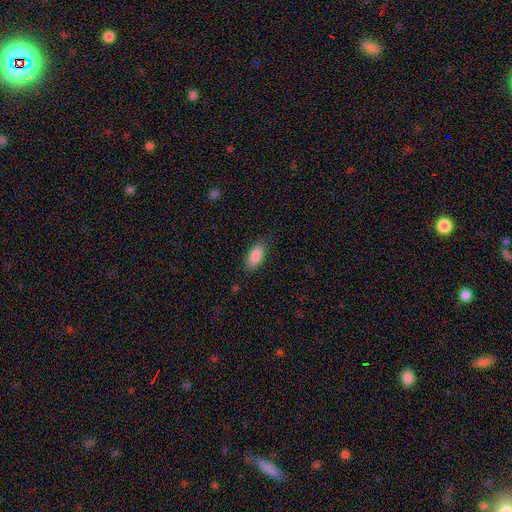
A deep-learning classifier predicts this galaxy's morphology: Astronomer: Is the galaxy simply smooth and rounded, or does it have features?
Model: smooth — 89%.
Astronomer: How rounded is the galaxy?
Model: in between — 89%.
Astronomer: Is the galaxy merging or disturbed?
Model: none — 83%.